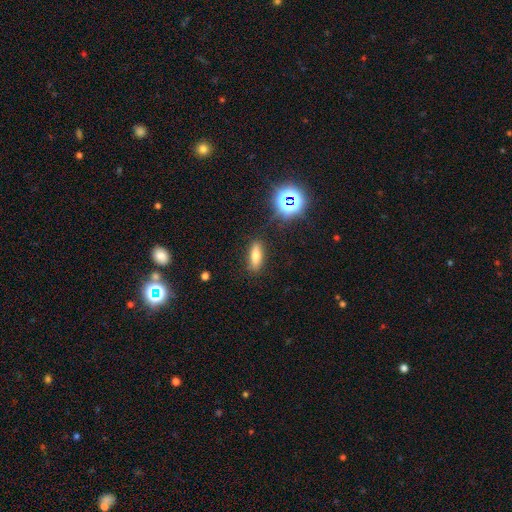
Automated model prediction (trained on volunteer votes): This is likely a smooth galaxy (70%). How rounded: possibly in between (58%). Merging: clearly none (86%).